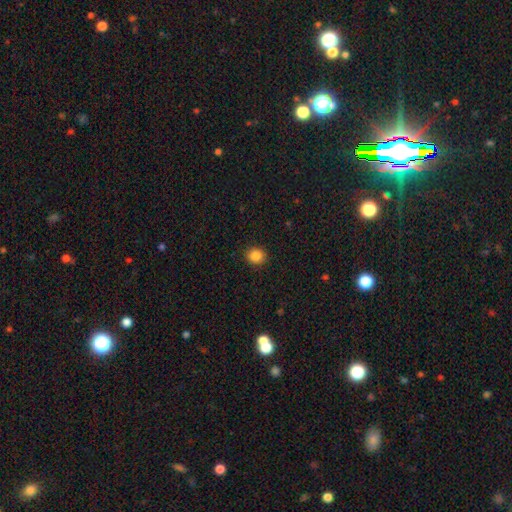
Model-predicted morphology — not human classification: A smooth galaxy with no disk features (86%) that is round (78%).

Vote fractions:
- Smooth or featured? smooth: 86% / star or artifact: 10% / featured or disk: 4%
- How rounded? round: 78% / in between: 22% / cigar-shaped: 1%
- Merging? none: 91% / minor disturbance: 6% / major disturbance: 2% / merger: 1%